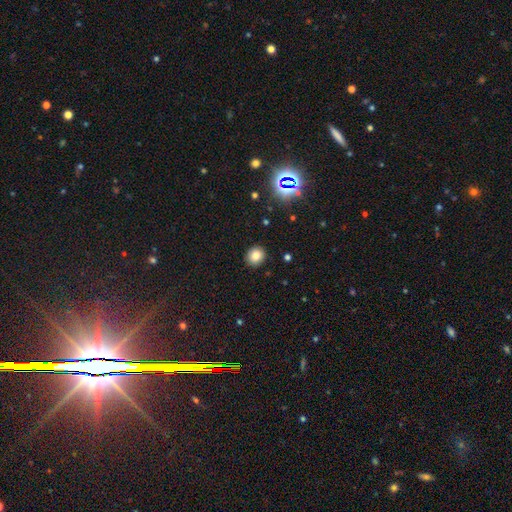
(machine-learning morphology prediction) A smooth galaxy with no disk features (82%) that is round (81%).

Vote fractions:
- Smooth or featured? smooth: 82% / star or artifact: 12% / featured or disk: 6%
- How rounded? round: 81% / in between: 18% / cigar-shaped: 1%
- Merging? none: 91% / minor disturbance: 6% / major disturbance: 2% / merger: 1%